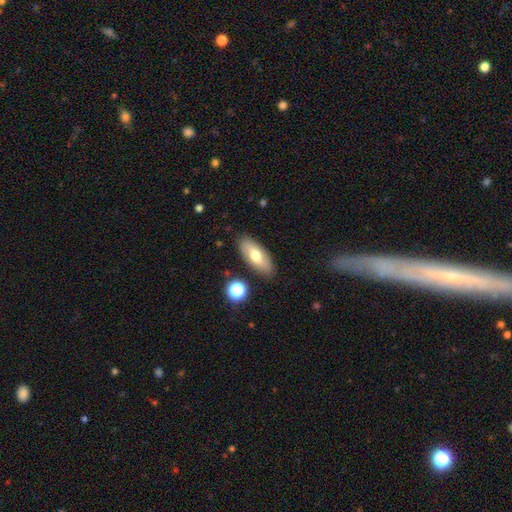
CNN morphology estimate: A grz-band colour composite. It shows a smooth galaxy with no disk features (63%) that is in between round and cigar-shaped (83%). Merging: none (85%).